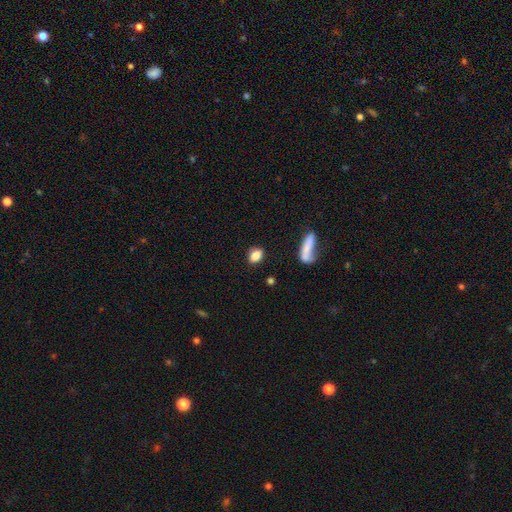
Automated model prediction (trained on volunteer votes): A smooth galaxy with no disk features (84%) that is in between round and cigar-shaped (67%). Merging: none (80%).